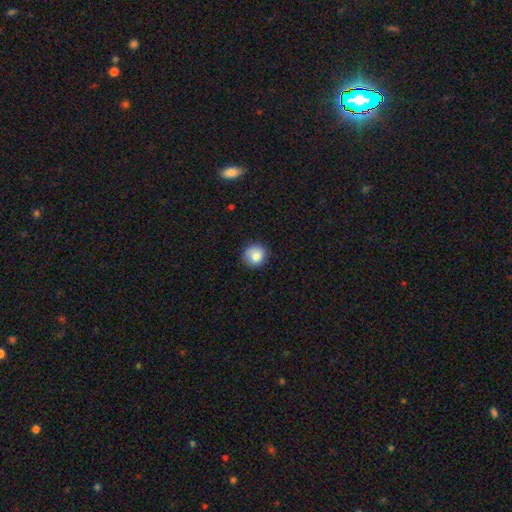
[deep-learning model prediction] A smooth galaxy with no disk features (83%) that is round (90%).

Vote fractions:
- Smooth or featured? smooth: 83% / star or artifact: 9% / featured or disk: 8%
- How rounded? round: 90% / in between: 9% / cigar-shaped: 1%
- Merging? none: 82% / minor disturbance: 14% / major disturbance: 3% / merger: 1%